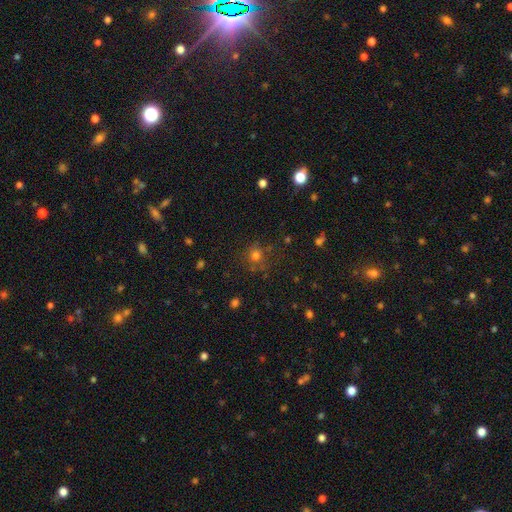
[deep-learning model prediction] Smooth or featured? Predicted: smooth (p=0.71). How rounded? Predicted: round (p=0.86). Merging? Predicted: none (p=0.75).